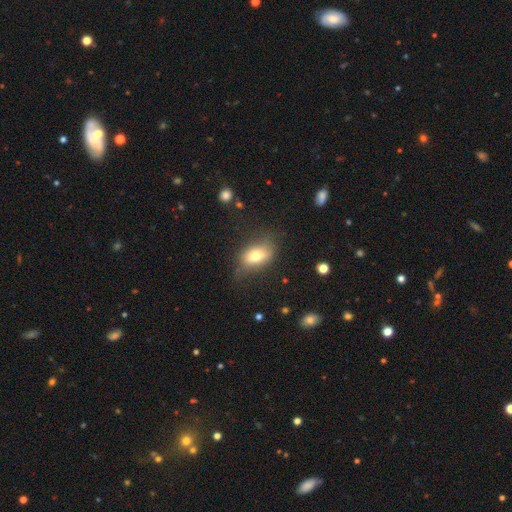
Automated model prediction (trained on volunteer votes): A smooth galaxy with no disk features (70%) that is in between round and cigar-shaped (83%). Merging: none (64%).